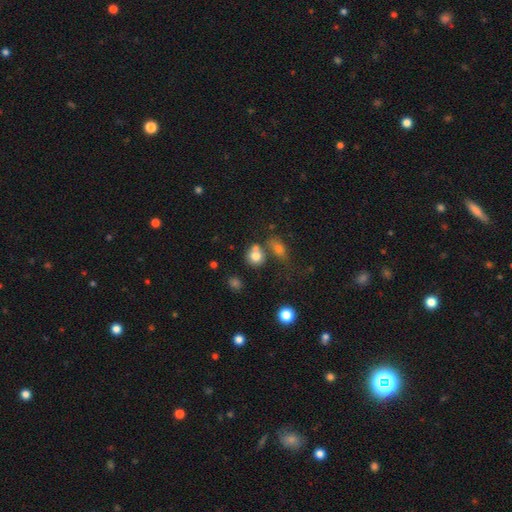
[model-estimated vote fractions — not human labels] Smooth or featured: smooth — 78% (star or artifact — 12%)
How rounded: round — 77% (in between — 21%)
Merging: none — 51% (merger — 32%)